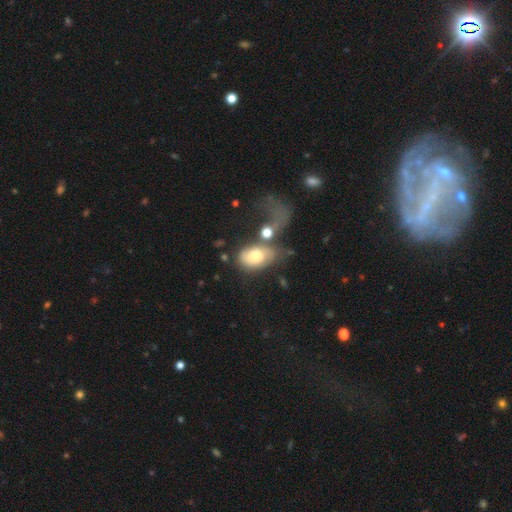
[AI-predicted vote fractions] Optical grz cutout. It shows a smooth galaxy with no disk features (59%) that is in between round and cigar-shaped (86%). Merging: major disturbance (31%).